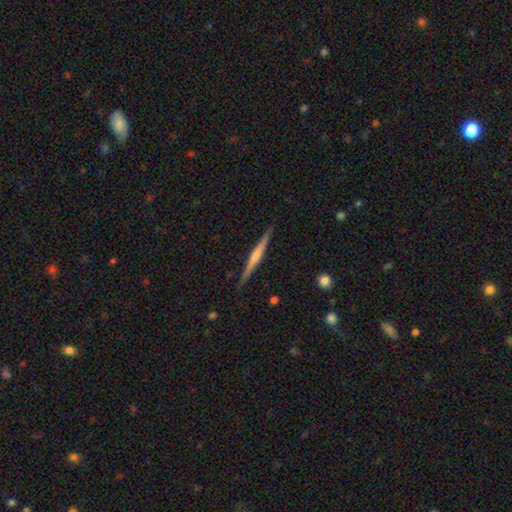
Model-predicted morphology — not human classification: Smooth or featured? Predicted: featured or disk (p=0.70). Edge-on disk? Predicted: yes (p=0.98). Edge-on bulge? Predicted: rounded (p=0.53). Merging? Predicted: none (p=0.90).